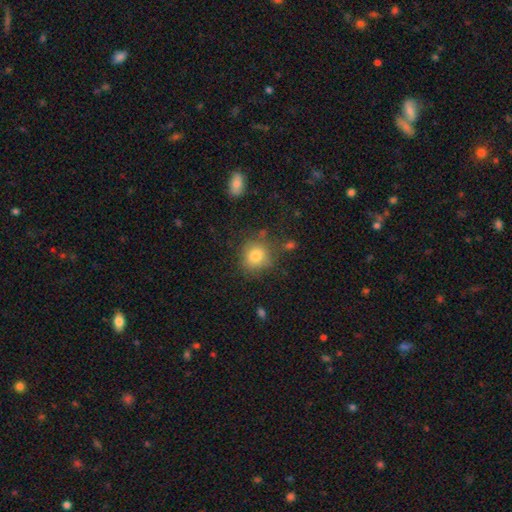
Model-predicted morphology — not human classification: Q: Smooth or featured?
A: smooth (80%); runner-up: star or artifact (11%)
Q: How rounded?
A: round (84%); runner-up: in between (15%)
Q: Merging?
A: none (75%); runner-up: minor disturbance (15%)